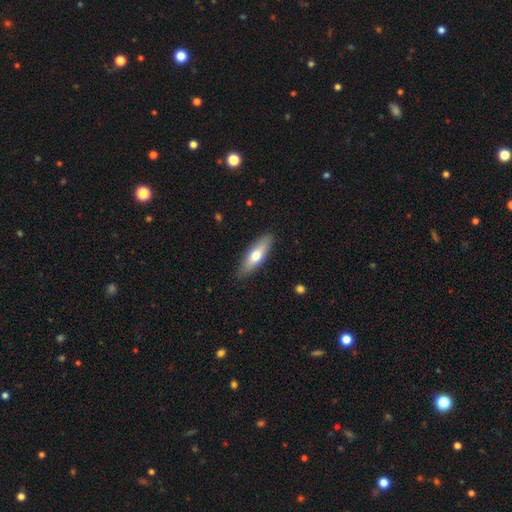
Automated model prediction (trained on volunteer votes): Smooth or featured? Predicted: smooth (p=0.59). How rounded? Predicted: cigar-shaped (p=0.51). Merging? Predicted: none (p=0.87).